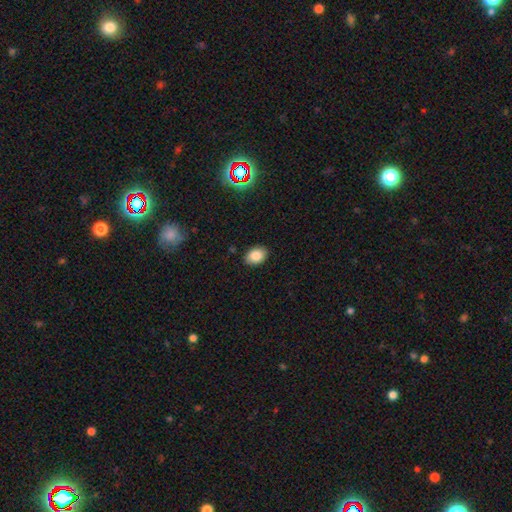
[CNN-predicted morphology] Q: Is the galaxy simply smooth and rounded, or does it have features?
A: smooth — 84%.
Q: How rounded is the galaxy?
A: in between — 79%.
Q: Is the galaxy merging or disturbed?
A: none — 88%.